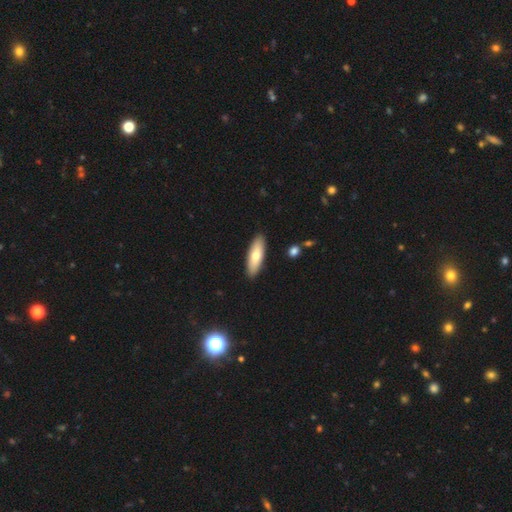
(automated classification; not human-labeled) smooth-or-featured: smooth: 69% | featured or disk: 26% | star or artifact: 5%
  how-rounded: in between: 52% | cigar-shaped: 46% | round: 2%
  merging: none: 90% | minor disturbance: 7% | major disturbance: 2% | merger: 1%